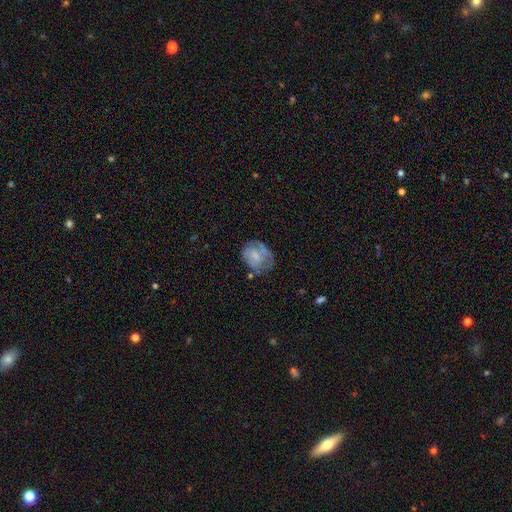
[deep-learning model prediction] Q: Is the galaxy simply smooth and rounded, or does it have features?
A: smooth — 54%.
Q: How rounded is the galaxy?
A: round — 50%.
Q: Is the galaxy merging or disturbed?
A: none — 46%.